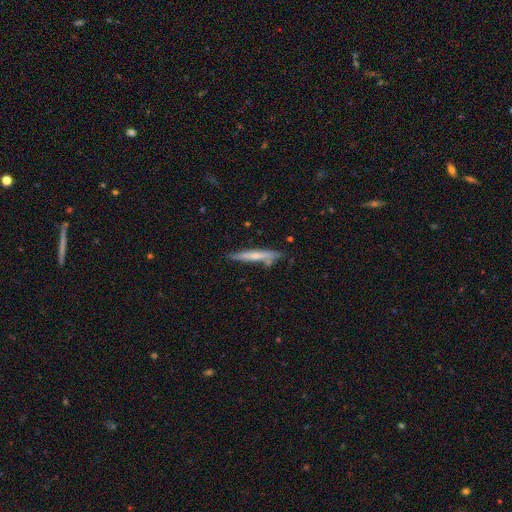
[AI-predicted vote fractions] The model was most divided on "smooth or featured": smooth: 52%, featured or disk: 42%, star or artifact: 6%. More confident: how rounded — cigar-shaped (94%); merging — none (74%).